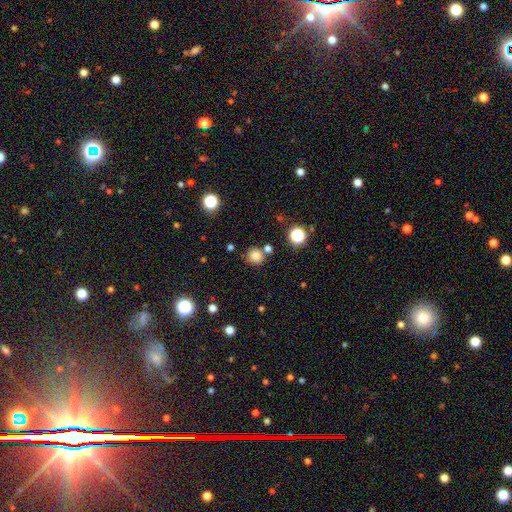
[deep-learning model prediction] Smooth or featured?
  - smooth: 79% *
  - star or artifact: 15%
  - featured or disk: 6%
How rounded?
  - round: 91% *
  - in between: 8%
  - cigar-shaped: 1%
Merging?
  - none: 77% *
  - merger: 11%
  - minor disturbance: 9%
  - major disturbance: 3%